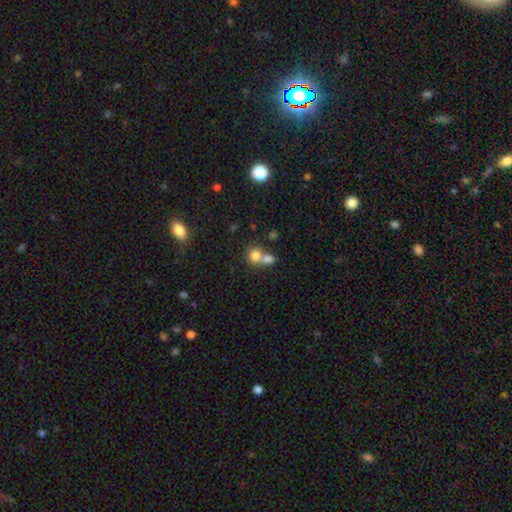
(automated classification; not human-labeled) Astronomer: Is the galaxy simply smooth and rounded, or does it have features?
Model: smooth — 78%.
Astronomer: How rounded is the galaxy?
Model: round — 73%.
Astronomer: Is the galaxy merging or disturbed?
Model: merger — 56% (runner-up: none, 34%).